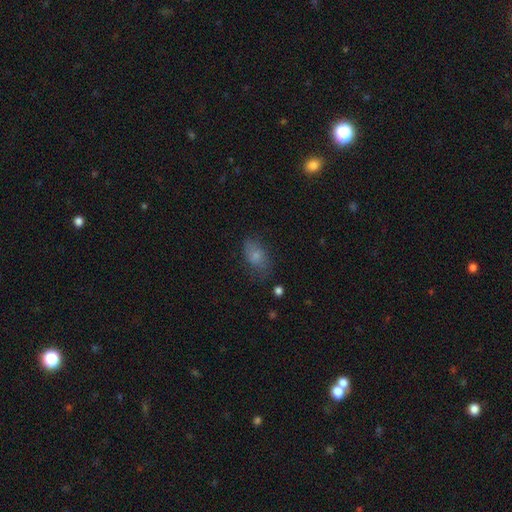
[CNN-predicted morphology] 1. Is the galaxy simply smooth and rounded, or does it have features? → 73% smooth, 17% featured or disk, 10% star or artifact.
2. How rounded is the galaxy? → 86% in between, 11% round, 3% cigar-shaped.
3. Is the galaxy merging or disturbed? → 59% none, 26% minor disturbance, 12% major disturbance, 2% merger.